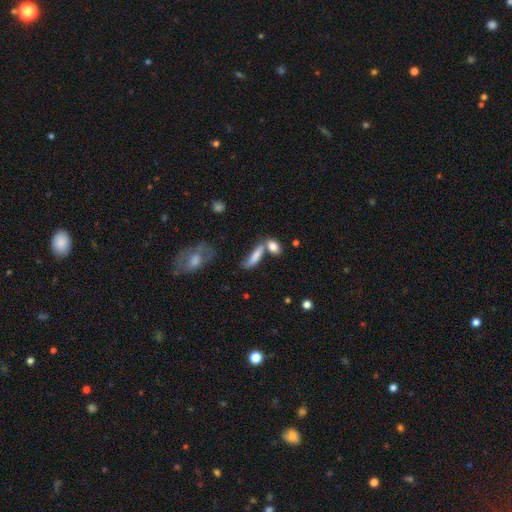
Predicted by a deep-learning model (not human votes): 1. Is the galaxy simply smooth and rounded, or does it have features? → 76% smooth, 16% featured or disk, 8% star or artifact.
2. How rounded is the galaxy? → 53% cigar-shaped, 43% in between, 4% round.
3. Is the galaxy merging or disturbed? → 41% none, 38% merger, 14% minor disturbance, 7% major disturbance.